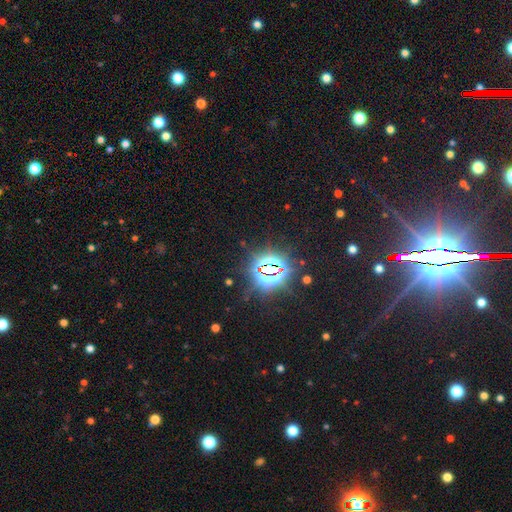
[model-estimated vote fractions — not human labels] Morphology: type=star or artifact (84%).